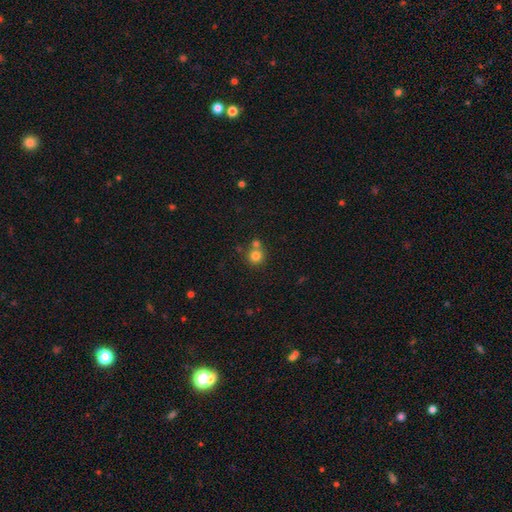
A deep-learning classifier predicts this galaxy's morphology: Smooth or featured?
  - smooth: 79% *
  - star or artifact: 13%
  - featured or disk: 8%
How rounded?
  - round: 92% *
  - in between: 7%
  - cigar-shaped: 1%
Merging?
  - none: 59% *
  - merger: 32%
  - minor disturbance: 7%
  - major disturbance: 3%